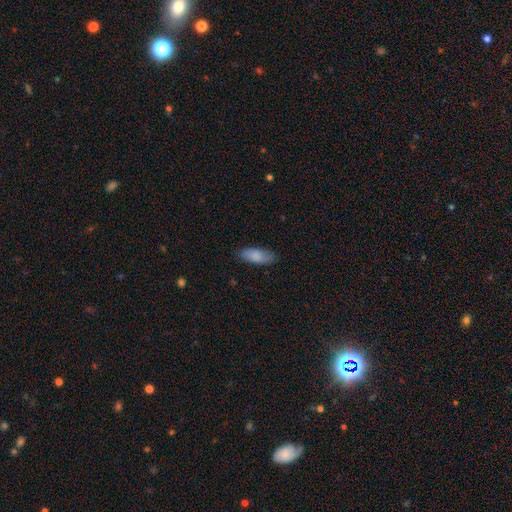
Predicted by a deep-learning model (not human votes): Smooth or featured? smooth (85%)
How rounded? in between (77%)
Merging? none (81%)